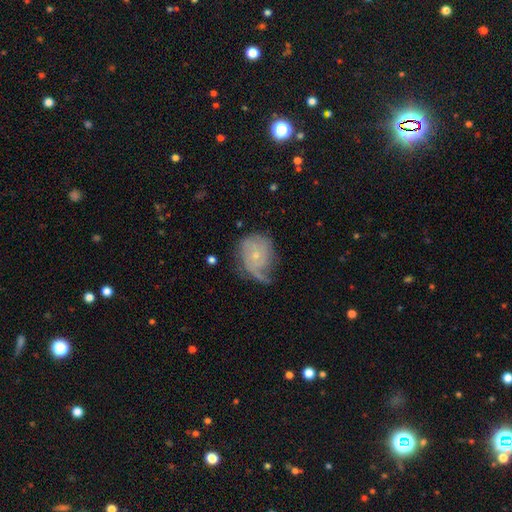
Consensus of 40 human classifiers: A featured or disk galaxy (78%) with no bar (81%), 1 (70%) loose (48%) spiral arms (87%) and a small central bulge (81%).

Vote fractions:
- Smooth or featured? featured or disk: 78% / smooth: 20% / star or artifact: 2%
- Edge-on disk? no: 100% / yes: 0%
- Bar? no: 81% / weak: 16% / strong: 3%
- Spiral arms? yes: 87% / no: 13%
- Spiral winding? loose: 48% / tight: 26% / medium: 26%
- Spiral arm count? 1: 70% / 2: 19% / can't tell: 11% / 3: 0% / 4: 0% / more than 4: 0%
- Bulge size? small: 81% / moderate: 16% / none: 3% / dominant: 0% / large: 0%
- Merging? major disturbance: 36% / minor disturbance: 33% / none: 31% / merger: 0%